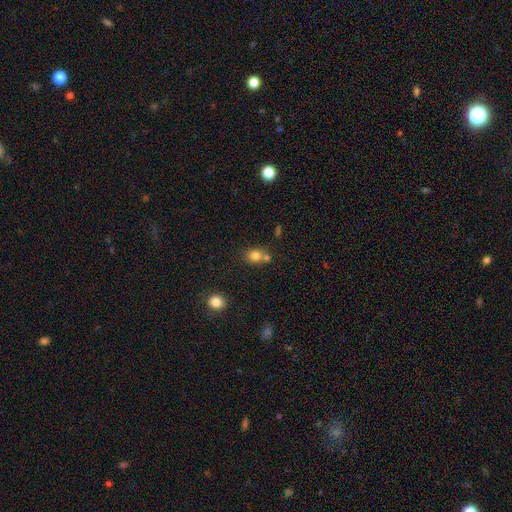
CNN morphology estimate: type=smooth (80%); roundness=round (71%); merging=none (52%).